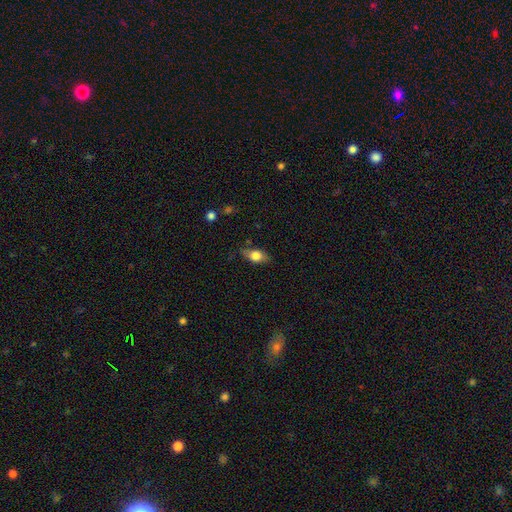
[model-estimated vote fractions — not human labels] smooth 68%, featured or disk 24%, star or artifact 8%. Down the decision tree: how rounded — in between (79%); merging — none (75%).